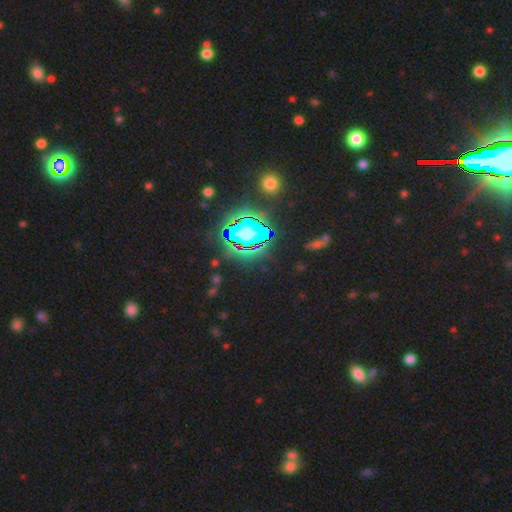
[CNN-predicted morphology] smooth-or-featured: star or artifact: 73% | smooth: 15% | featured or disk: 12%